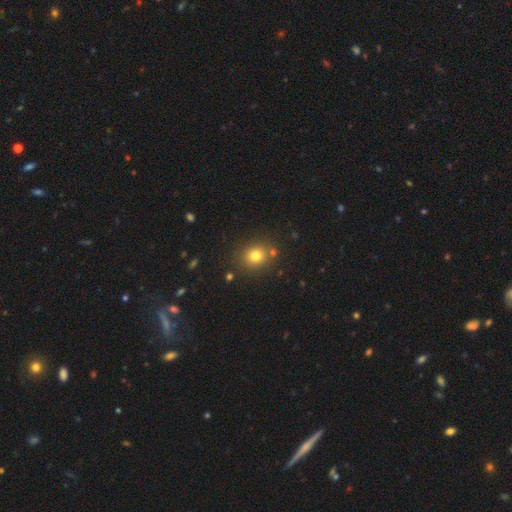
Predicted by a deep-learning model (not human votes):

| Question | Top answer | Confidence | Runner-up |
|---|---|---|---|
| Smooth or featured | smooth | 76% | star or artifact (15%) |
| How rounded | round | 79% | in between (20%) |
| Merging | none | 81% | minor disturbance (9%) |